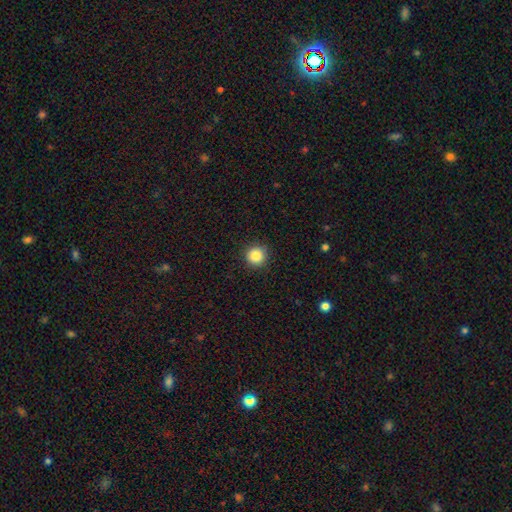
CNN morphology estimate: type=smooth (85%); roundness=round (95%); merging=none (92%).